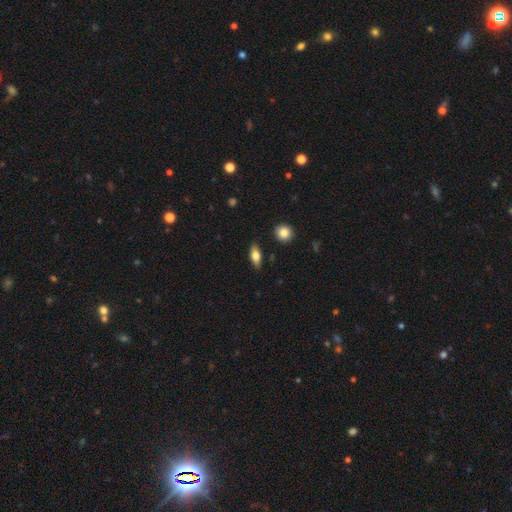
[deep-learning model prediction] Smooth or featured? Predicted: smooth (p=0.73). How rounded? Predicted: in between (p=0.80). Merging? Predicted: none (p=0.86).